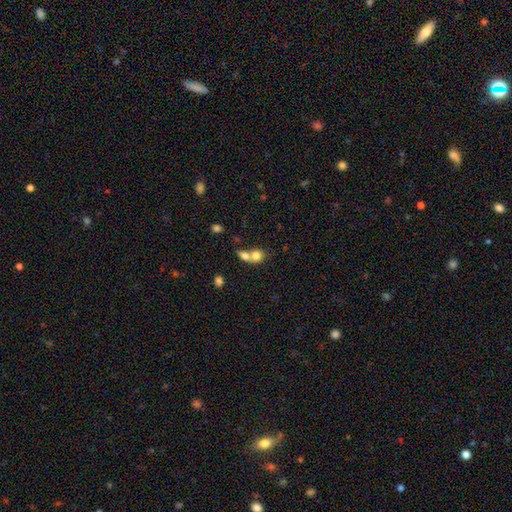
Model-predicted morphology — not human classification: Smooth or featured? smooth (77%)
How rounded? round (67%)
Merging? merger (65%)